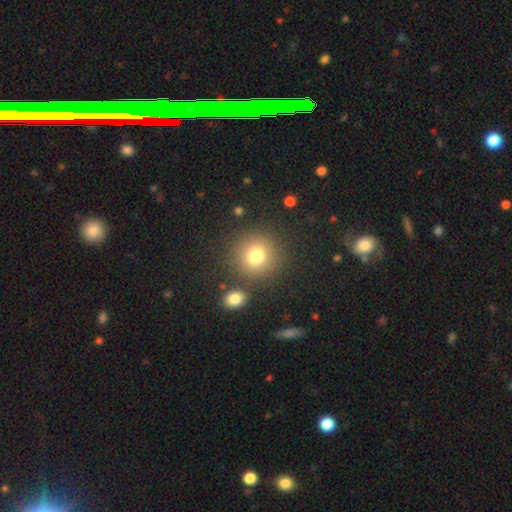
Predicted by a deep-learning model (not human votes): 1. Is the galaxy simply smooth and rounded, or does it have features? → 77% smooth, 14% star or artifact, 9% featured or disk.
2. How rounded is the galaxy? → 91% round, 8% in between, 1% cigar-shaped.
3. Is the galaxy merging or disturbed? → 82% none, 8% minor disturbance, 6% merger, 4% major disturbance.